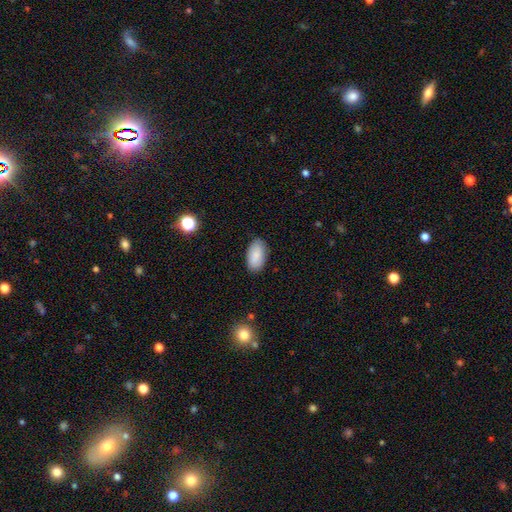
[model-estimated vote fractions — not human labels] Smooth or featured? smooth (88%)
How rounded? in between (95%)
Merging? none (86%)